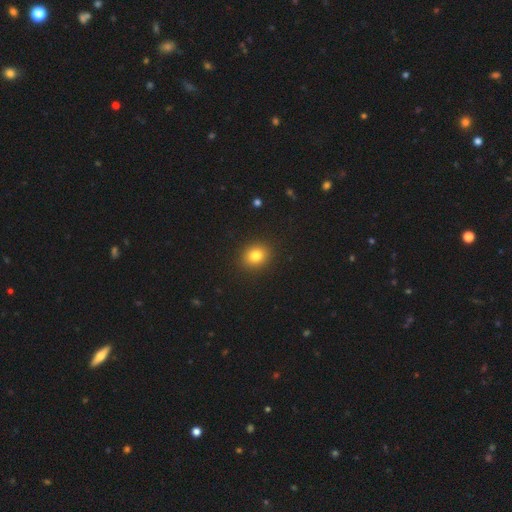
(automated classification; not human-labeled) smooth_or_featured: smooth (p=0.81) [alt: star or artifact p=0.12]
how_rounded: round (p=0.65) [alt: in between p=0.34]
merging: none (p=0.91) [alt: minor disturbance p=0.06]